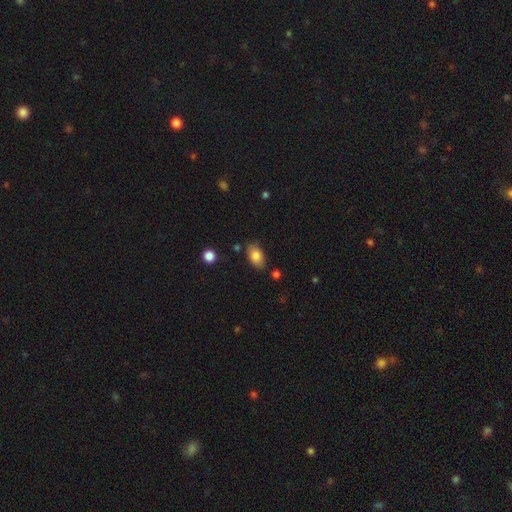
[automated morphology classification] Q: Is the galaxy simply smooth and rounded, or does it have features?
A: smooth — 84%.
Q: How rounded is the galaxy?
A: in between — 92%.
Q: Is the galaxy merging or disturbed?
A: none — 80%.